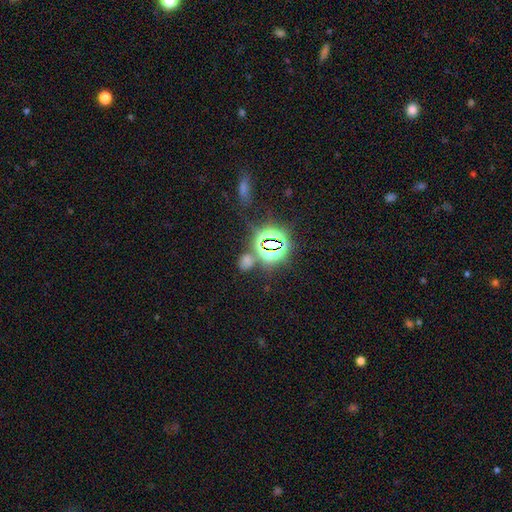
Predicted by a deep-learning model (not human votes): smooth-or-featured: star or artifact: 77% | smooth: 14% | featured or disk: 9%